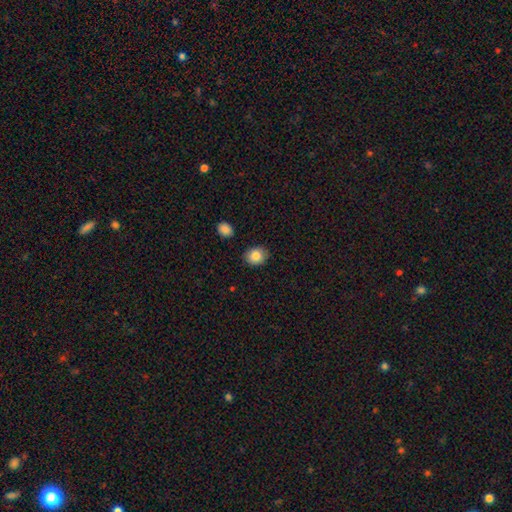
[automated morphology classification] smooth-or-featured: smooth: 85% | star or artifact: 8% | featured or disk: 7%
  how-rounded: round: 54% | in between: 45% | cigar-shaped: 1%
  merging: none: 87% | minor disturbance: 9% | major disturbance: 2% | merger: 2%